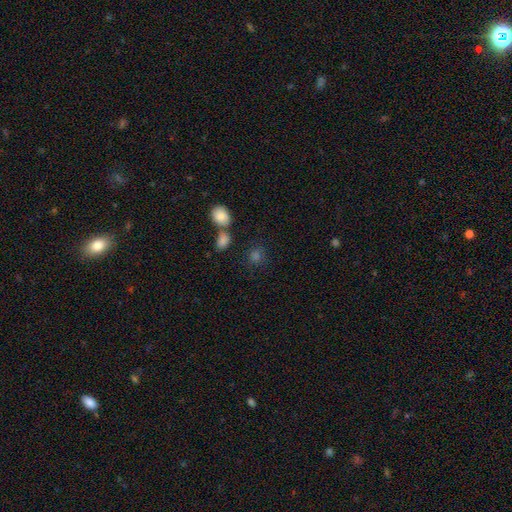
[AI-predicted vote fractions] smooth-or-featured: smooth: 75% | star or artifact: 17% | featured or disk: 8%
  how-rounded: round: 70% | in between: 28% | cigar-shaped: 2%
  merging: none: 63% | merger: 22% | minor disturbance: 10% | major disturbance: 5%